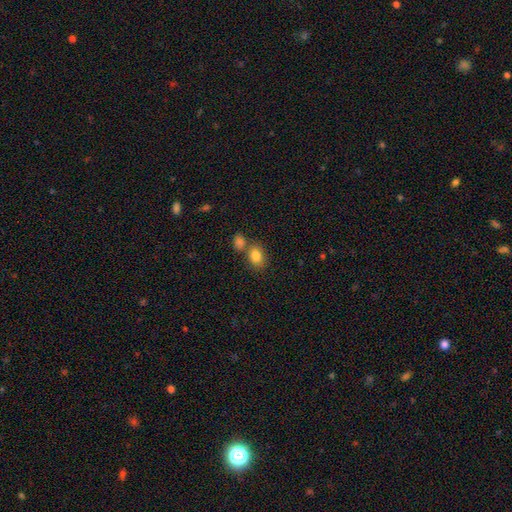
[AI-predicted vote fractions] Smooth or featured? smooth (84%)
How rounded? in between (64%)
Merging? none (57%)